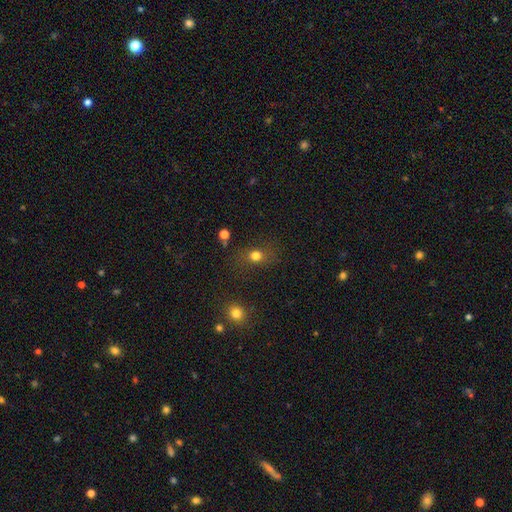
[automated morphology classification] The model was most divided on "how rounded": round: 66%, in between: 32%, cigar-shaped: 2%. More confident: merging — none (74%); smooth or featured — smooth (74%).